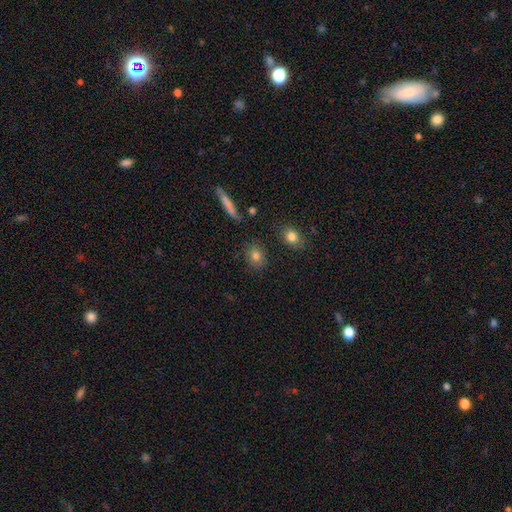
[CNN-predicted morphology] A smooth galaxy with no disk features (80%) that is round (66%).

Vote fractions:
- Smooth or featured? smooth: 80% / star or artifact: 11% / featured or disk: 9%
- How rounded? round: 66% / in between: 32% / cigar-shaped: 3%
- Merging? none: 86% / minor disturbance: 9% / major disturbance: 3% / merger: 3%